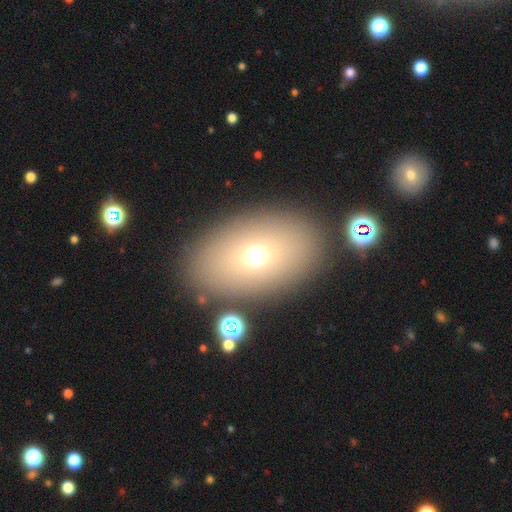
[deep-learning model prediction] smooth_or_featured: smooth (p=0.67) [alt: featured or disk p=0.18]
how_rounded: in between (p=0.82) [alt: round p=0.16]
merging: none (p=0.85) [alt: minor disturbance p=0.08]